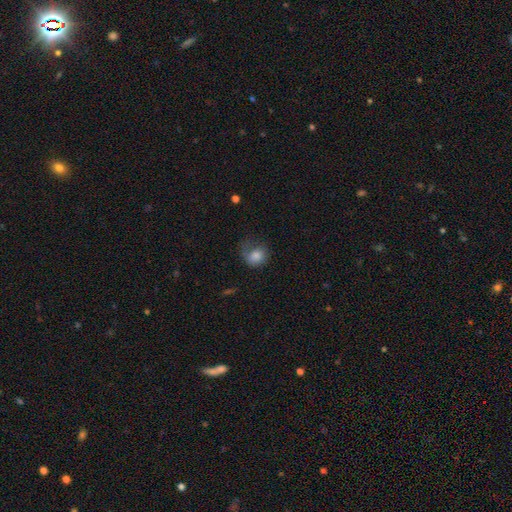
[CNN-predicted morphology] smooth-or-featured: smooth: 77% | featured or disk: 13% | star or artifact: 9%
  how-rounded: round: 66% | in between: 33% | cigar-shaped: 1%
  merging: none: 35% (tied) | major disturbance: 35% (tied) | minor disturbance: 27% | merger: 2%